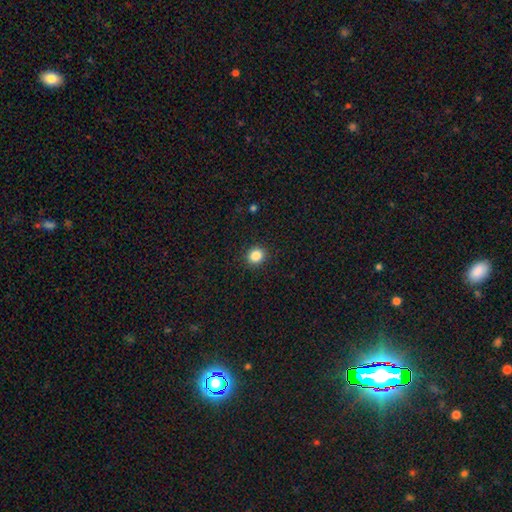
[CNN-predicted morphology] smooth_or_featured: smooth (p=0.85) [alt: star or artifact p=0.11]
how_rounded: round (p=0.81) [alt: in between p=0.18]
merging: none (p=0.91) [alt: minor disturbance p=0.06]